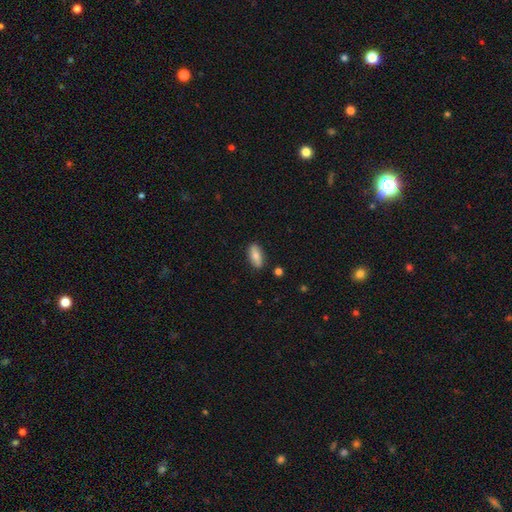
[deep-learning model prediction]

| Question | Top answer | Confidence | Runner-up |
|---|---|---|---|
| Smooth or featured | smooth | 74% | featured or disk (19%) |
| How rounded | in between | 78% | cigar-shaped (19%) |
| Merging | none | 86% | minor disturbance (10%) |